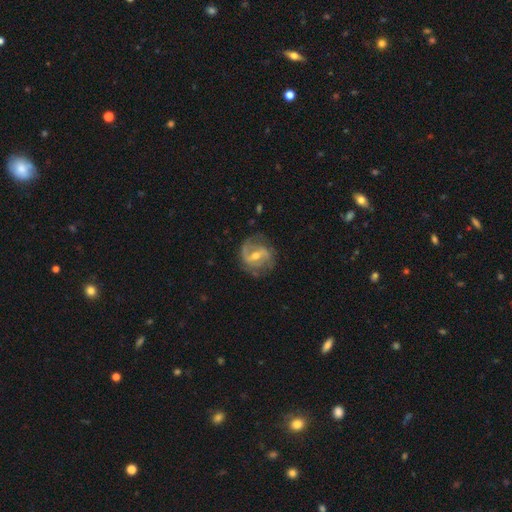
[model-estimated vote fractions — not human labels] Smooth or featured: featured or disk — 82% (smooth — 13%)
Edge-on disk: no — 97% (yes — 3%)
Bar: weak — 51% (strong — 32%)
Spiral arms: yes — 91% (no — 9%)
Spiral winding: medium — 47% (loose — 31%)
Spiral arm count: 2 — 77% (can't tell — 9%)
Bulge size: moderate — 61% (small — 33%)
Merging: none — 69% (minor disturbance — 20%)